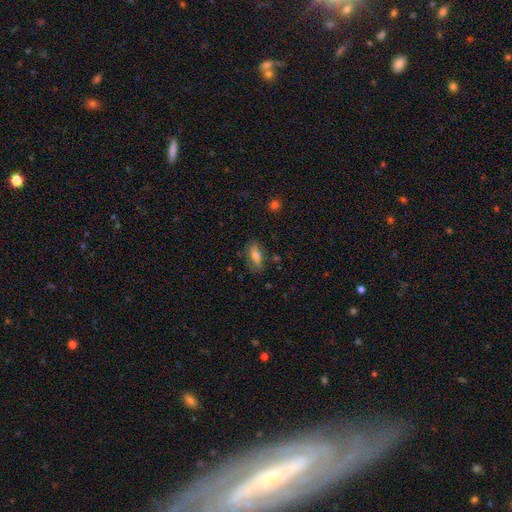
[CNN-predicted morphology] Smooth or featured? smooth (69%)
How rounded? in between (80%)
Merging? none (76%)